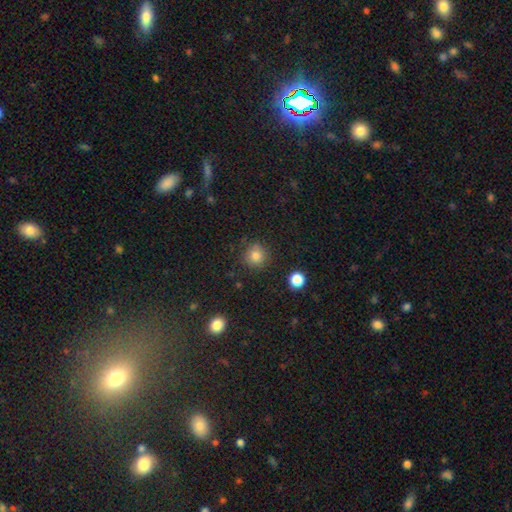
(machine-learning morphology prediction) smooth-or-featured: smooth: 82% | star or artifact: 12% | featured or disk: 6%
  how-rounded: round: 93% | in between: 6% | cigar-shaped: 1%
  merging: none: 86% | minor disturbance: 9% | major disturbance: 3% | merger: 2%